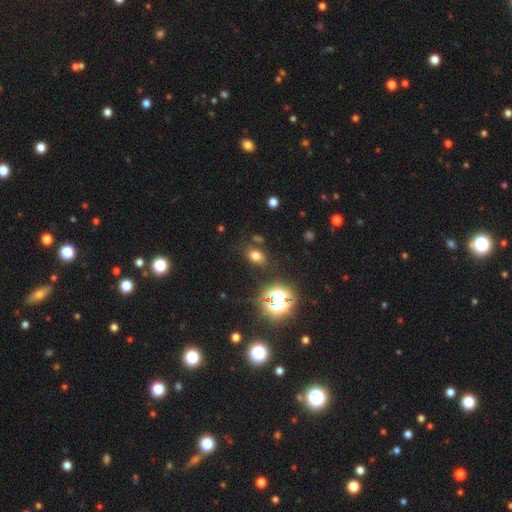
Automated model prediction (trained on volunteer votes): Morphology: type=smooth (67%); roundness=in between (73%); merging=none (79%).